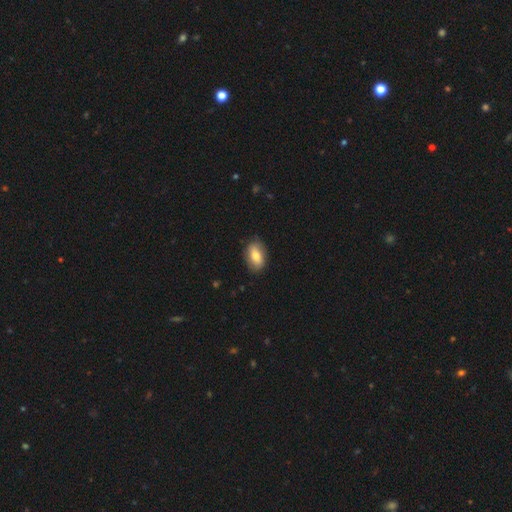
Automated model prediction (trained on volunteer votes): Smooth or featured? Predicted: smooth (p=0.73). How rounded? Predicted: in between (p=0.89). Merging? Predicted: none (p=0.84).